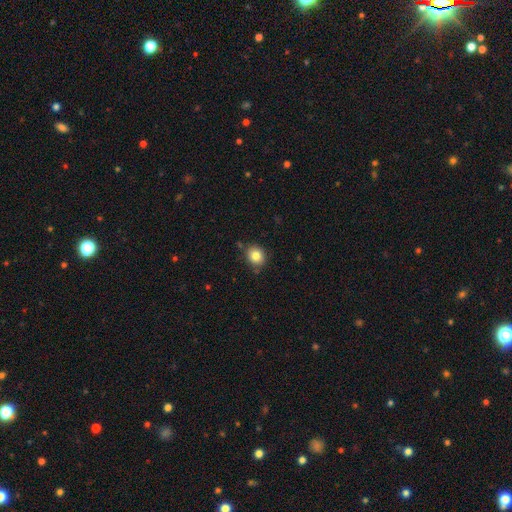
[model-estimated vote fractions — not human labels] Smooth or featured: smooth — 83% (star or artifact — 10%)
How rounded: round — 73% (in between — 26%)
Merging: none — 81% (minor disturbance — 13%)